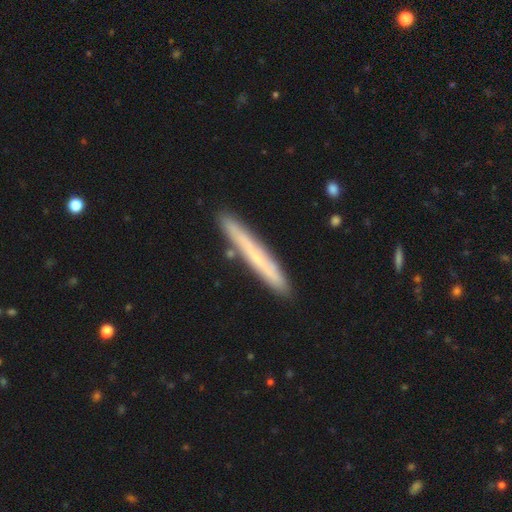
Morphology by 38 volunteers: type=smooth (55%); roundness=cigar-shaped (86%); merging=none (91%).